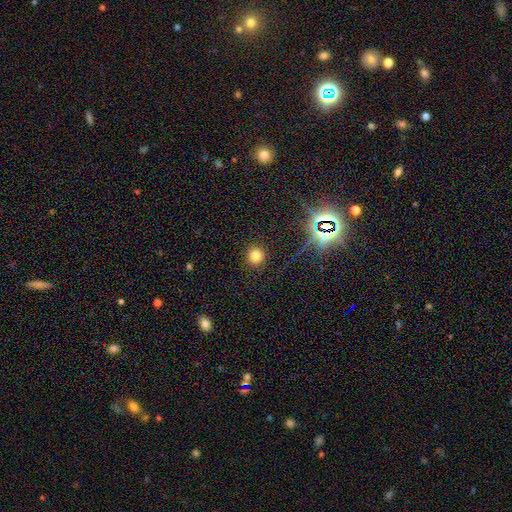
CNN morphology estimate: smooth-or-featured: smooth: 75% | star or artifact: 18% | featured or disk: 6%
  how-rounded: round: 93% | in between: 6% | cigar-shaped: 1%
  merging: none: 90% | minor disturbance: 6% | major disturbance: 3% | merger: 1%